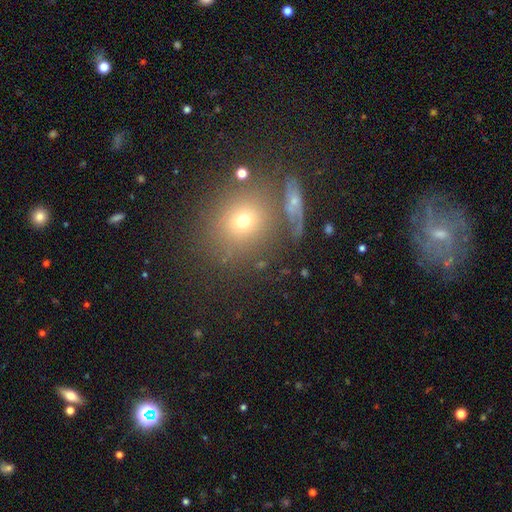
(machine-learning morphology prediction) A smooth galaxy with no disk features (56%) that is round (78%).

Vote fractions:
- Smooth or featured? smooth: 56% / star or artifact: 27% / featured or disk: 17%
- How rounded? round: 78% / in between: 20% / cigar-shaped: 2%
- Merging? none: 74% / merger: 11% / minor disturbance: 11% / major disturbance: 5%